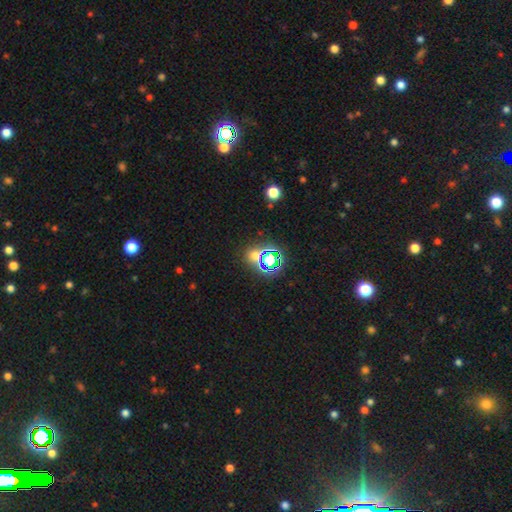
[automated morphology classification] Smooth or featured: star or artifact — 55% (smooth — 35%)